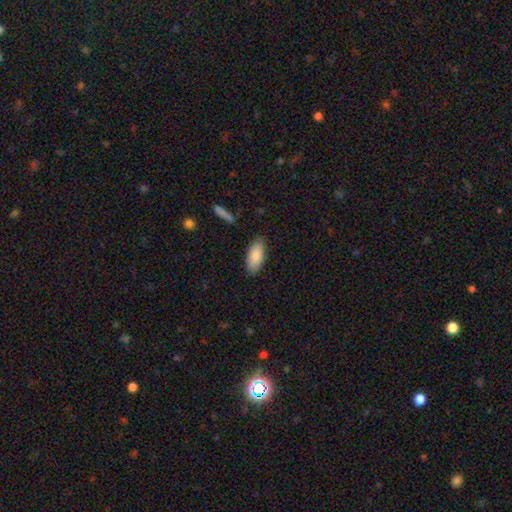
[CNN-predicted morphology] Smooth or featured?
  - smooth: 87% *
  - featured or disk: 7%
  - star or artifact: 6%
How rounded?
  - in between: 85% *
  - cigar-shaped: 13%
  - round: 2%
Merging?
  - none: 86% *
  - minor disturbance: 11%
  - major disturbance: 2%
  - merger: 1%